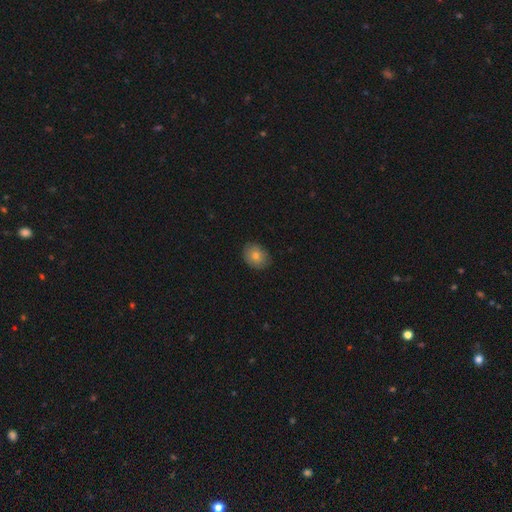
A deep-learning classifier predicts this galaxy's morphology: smooth 77%, featured or disk 13%, star or artifact 10%. Down the decision tree: how rounded — round (52%); merging — none (86%).